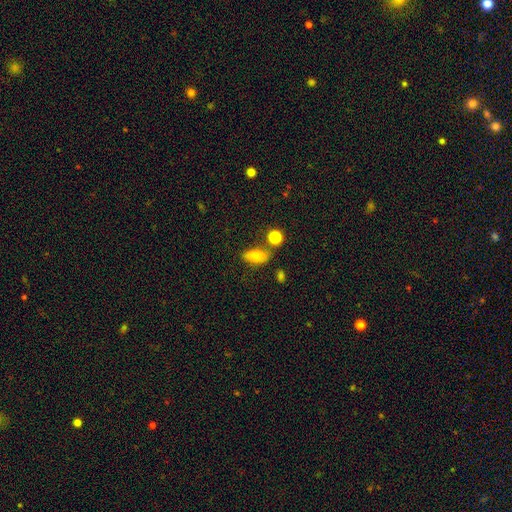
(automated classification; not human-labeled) smooth_or_featured: smooth (p=0.77) [alt: featured or disk p=0.13]
how_rounded: in between (p=0.80) [alt: cigar-shaped p=0.13]
merging: none (p=0.68) [alt: minor disturbance p=0.16]